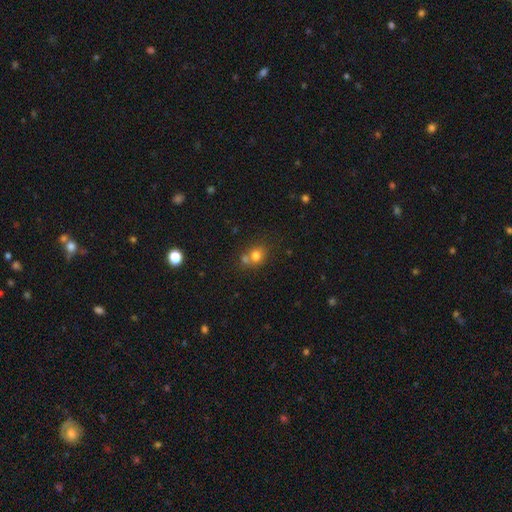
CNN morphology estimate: smooth-or-featured: smooth: 76% | star or artifact: 13% | featured or disk: 11%
  how-rounded: round: 71% | in between: 28% | cigar-shaped: 1%
  merging: none: 48% | merger: 40% | minor disturbance: 9% | major disturbance: 4%